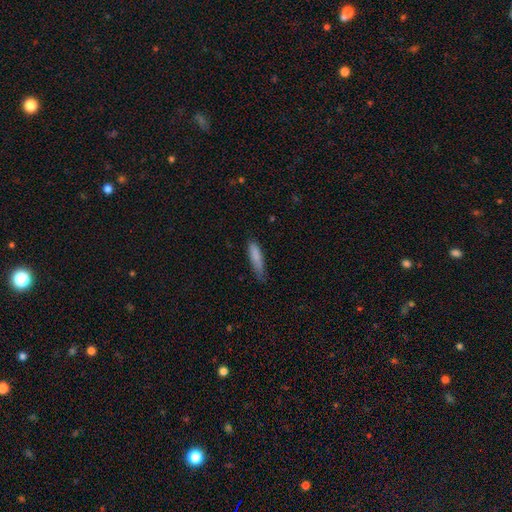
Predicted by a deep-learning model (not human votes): A smooth galaxy with no disk features (83%) that is cigar-shaped (71%).

Vote fractions:
- Smooth or featured? smooth: 83% / featured or disk: 10% / star or artifact: 6%
- How rounded? cigar-shaped: 71% / in between: 27% / round: 1%
- Merging? none: 56% / minor disturbance: 34% / major disturbance: 8% / merger: 2%